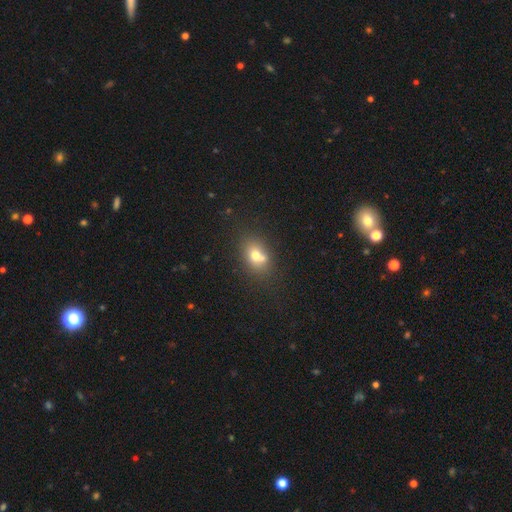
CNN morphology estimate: Overall: smooth (69%). How rounded: in between (62%; round 37%). Merging: none (48%; merger 32%).